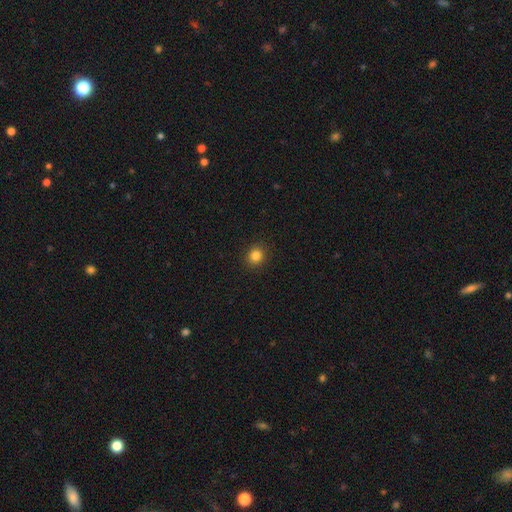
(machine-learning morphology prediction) Overall: smooth (83%). How rounded: round (87%). Merging: none (92%).